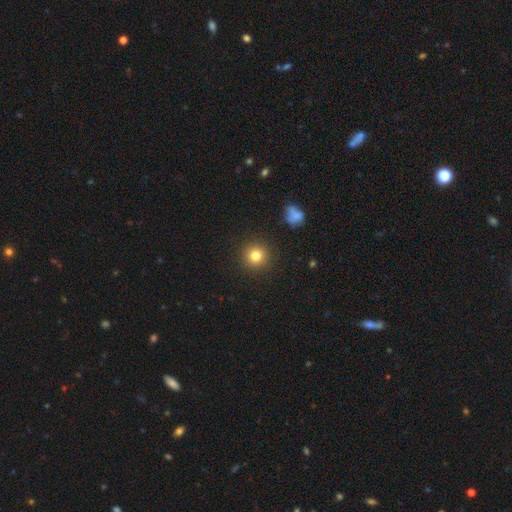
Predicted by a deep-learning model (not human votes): Morphology: type=smooth (81%); roundness=round (94%); merging=none (90%).